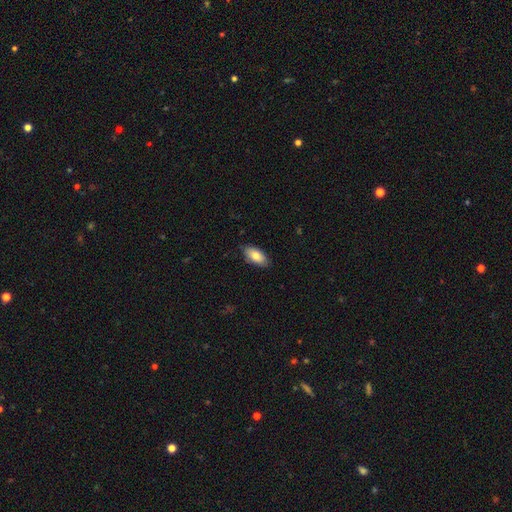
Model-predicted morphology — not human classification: This appears to be a smooth galaxy with no disk features (78%) that is in between round and cigar-shaped (90%). Merging: none (83%).